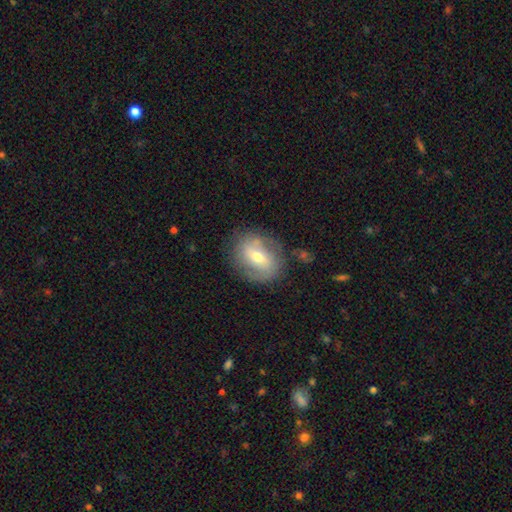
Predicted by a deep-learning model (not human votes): Smooth or featured: featured or disk — 56% (smooth — 36%)
Edge-on disk: no — 93% (yes — 7%)
Bar: weak — 42% (strong — 32%)
Spiral arms: yes — 64% (no — 36%)
Bulge size: moderate — 61% (small — 32%)
Merging: none — 77% (minor disturbance — 15%)